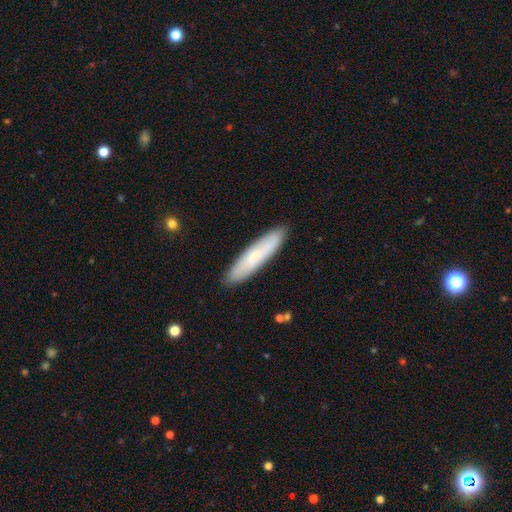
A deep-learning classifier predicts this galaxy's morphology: Smooth or featured?
  - smooth: 69% *
  - featured or disk: 25%
  - star or artifact: 6%
How rounded?
  - cigar-shaped: 82% *
  - in between: 17%
  - round: 1%
Merging?
  - none: 88% *
  - minor disturbance: 9%
  - major disturbance: 2%
  - merger: 1%